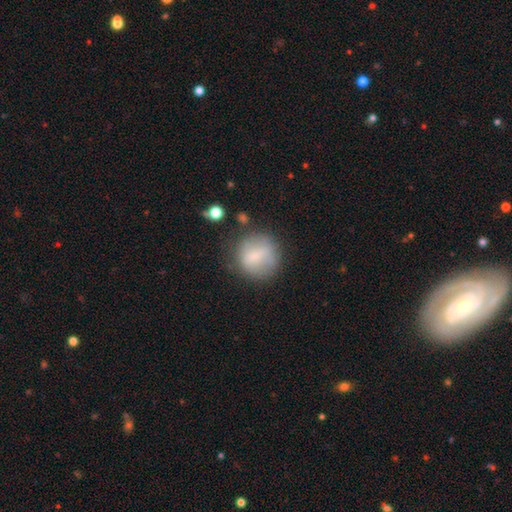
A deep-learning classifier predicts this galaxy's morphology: type=smooth (72%); roundness=round (89%); merging=none (73%).